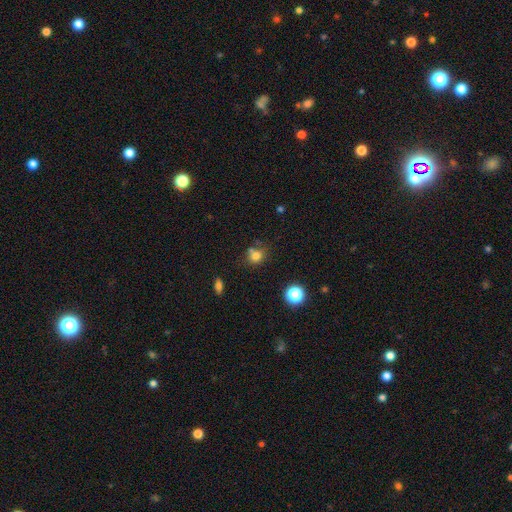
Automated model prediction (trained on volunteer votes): This is likely a smooth galaxy (76%). How rounded: likely round (68%). Merging: possibly none (56%).